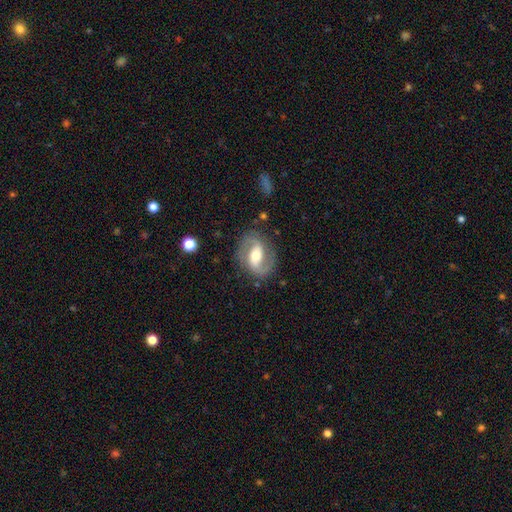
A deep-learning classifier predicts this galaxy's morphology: A featured or disk galaxy (83%) with a weak bar (42%), 2 (92%) medium (53%) spiral arms (93%) and a moderate central bulge (69%).

Vote fractions:
- Smooth or featured? featured or disk: 83% / smooth: 11% / star or artifact: 5%
- Edge-on disk? no: 97% / yes: 3%
- Bar? weak: 42% / strong: 35% / no: 24%
- Spiral arms? yes: 93% / no: 7%
- Spiral winding? medium: 53% / loose: 27% / tight: 20%
- Spiral arm count? 2: 92% / can't tell: 3% / 1: 2% / 3: 1% / 4: 1% / more than 4: 1%
- Bulge size? moderate: 69% / small: 16% / large: 13% / dominant: 1% / none: 1%
- Merging? none: 81% / minor disturbance: 12% / major disturbance: 5% / merger: 1%